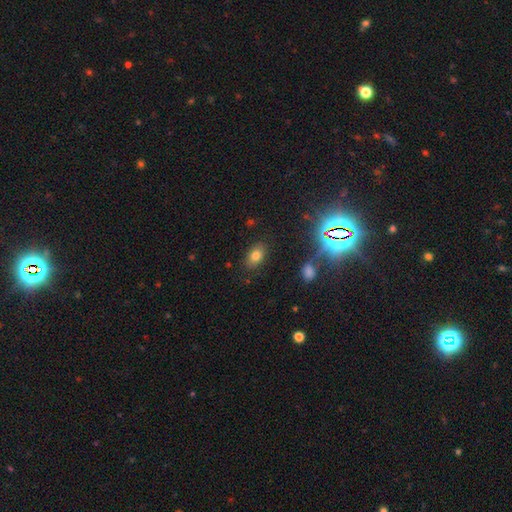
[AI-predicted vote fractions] A smooth galaxy with no disk features (75%) that is in between round and cigar-shaped (84%).

Vote fractions:
- Smooth or featured? smooth: 75% / star or artifact: 14% / featured or disk: 11%
- How rounded? in between: 84% / round: 14% / cigar-shaped: 2%
- Merging? none: 84% / minor disturbance: 11% / major disturbance: 3% / merger: 2%